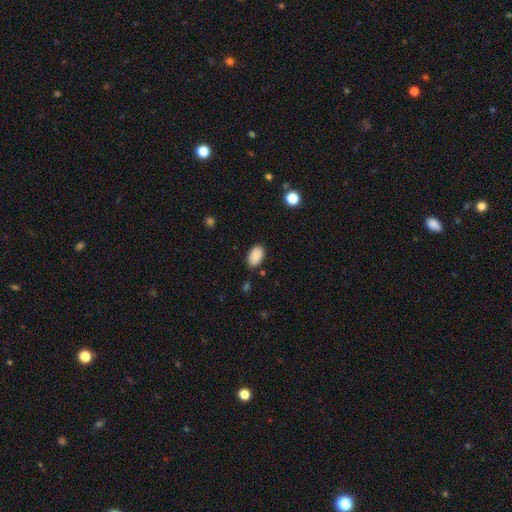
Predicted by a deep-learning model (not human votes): Smooth or featured? Predicted: smooth (p=0.89). How rounded? Predicted: in between (p=0.93). Merging? Predicted: none (p=0.81).